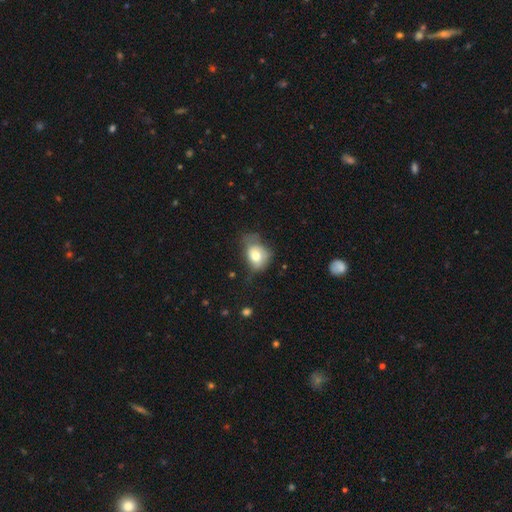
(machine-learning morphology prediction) type=smooth (72%); roundness=in between (56%); merging=minor disturbance (39%).